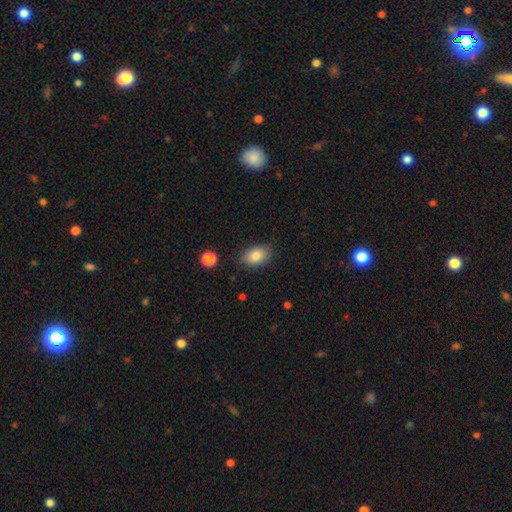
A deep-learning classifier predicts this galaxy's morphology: Smooth or featured?
  - smooth: 86% *
  - star or artifact: 8%
  - featured or disk: 7%
How rounded?
  - in between: 85% *
  - round: 13%
  - cigar-shaped: 1%
Merging?
  - none: 83% *
  - minor disturbance: 12%
  - major disturbance: 3%
  - merger: 2%